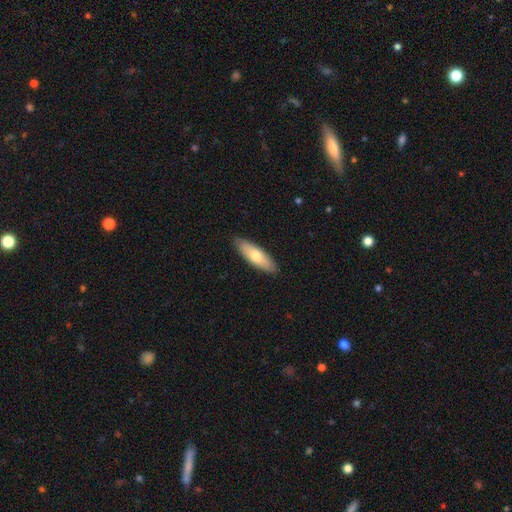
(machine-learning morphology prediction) A smooth galaxy with no disk features (70%) that is in between round and cigar-shaped (53%). Merging: none (88%).